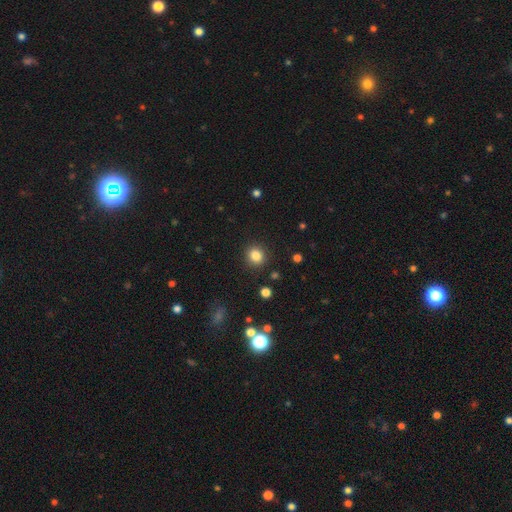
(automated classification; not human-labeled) Morphology: type=smooth (84%); roundness=round (80%); merging=none (89%).